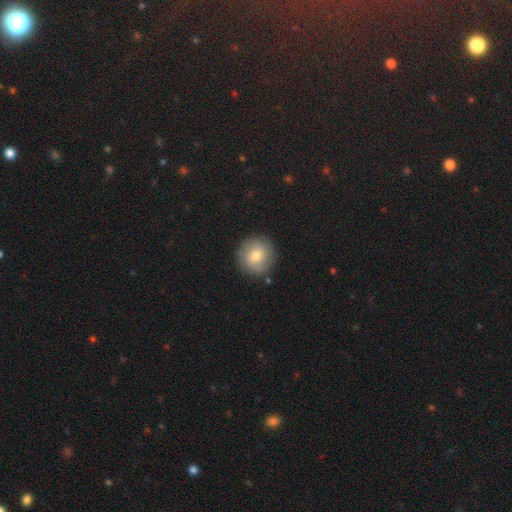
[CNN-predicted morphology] This is likely a smooth galaxy (73%). How rounded: clearly round (94%). Merging: clearly none (87%).